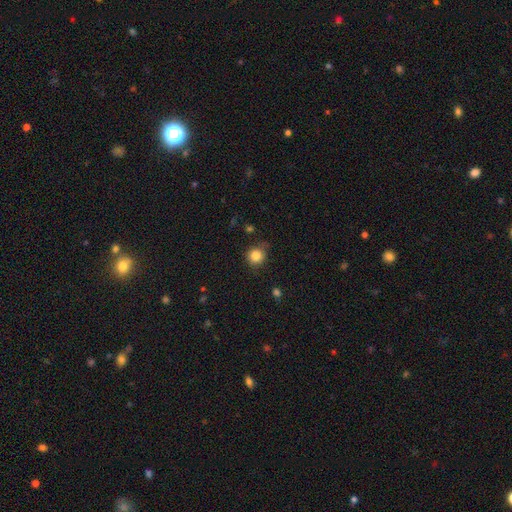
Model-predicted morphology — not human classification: This is clearly a smooth galaxy (84%). How rounded: clearly round (91%). Merging: likely none (76%).